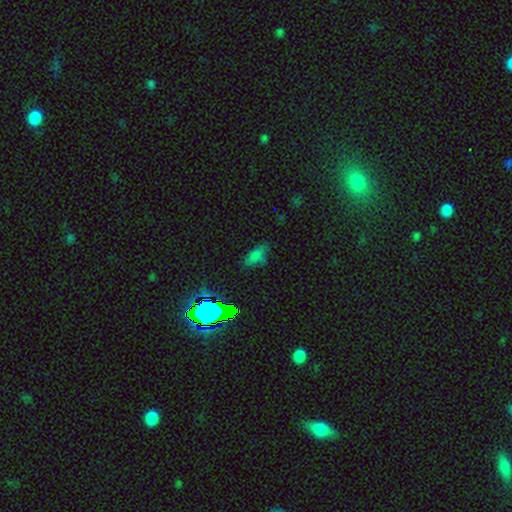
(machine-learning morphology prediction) type=smooth (60%); roundness=in between (75%); merging=none (59%).